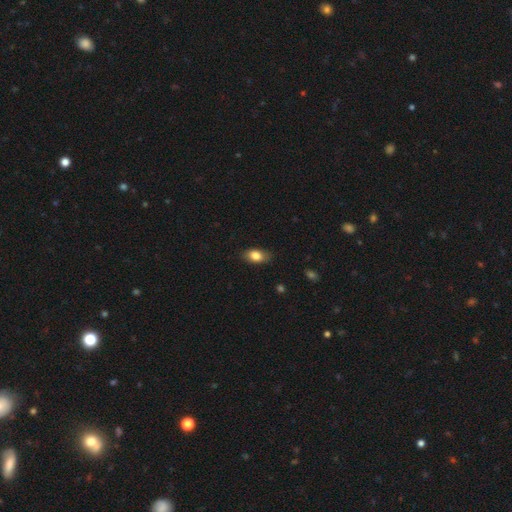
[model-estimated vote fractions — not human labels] Smooth or featured?
  - smooth: 82% *
  - featured or disk: 10%
  - star or artifact: 7%
How rounded?
  - in between: 88% *
  - round: 8%
  - cigar-shaped: 4%
Merging?
  - none: 82% *
  - minor disturbance: 14%
  - major disturbance: 3%
  - merger: 1%